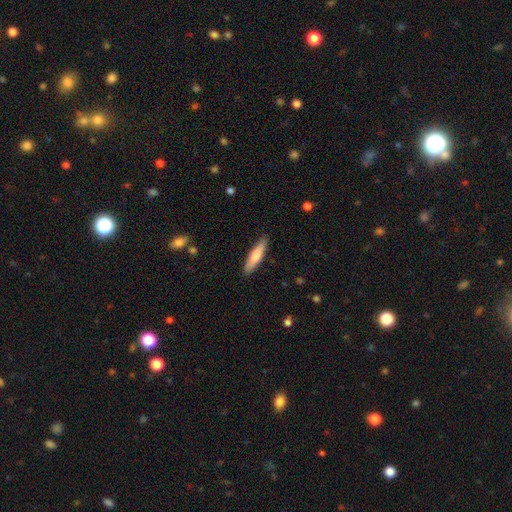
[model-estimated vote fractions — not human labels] A smooth galaxy with no disk features (71%) that is cigar-shaped (80%).

Vote fractions:
- Smooth or featured? smooth: 71% / featured or disk: 23% / star or artifact: 5%
- How rounded? cigar-shaped: 80% / in between: 18% / round: 1%
- Merging? none: 89% / minor disturbance: 8% / major disturbance: 2% / merger: 1%